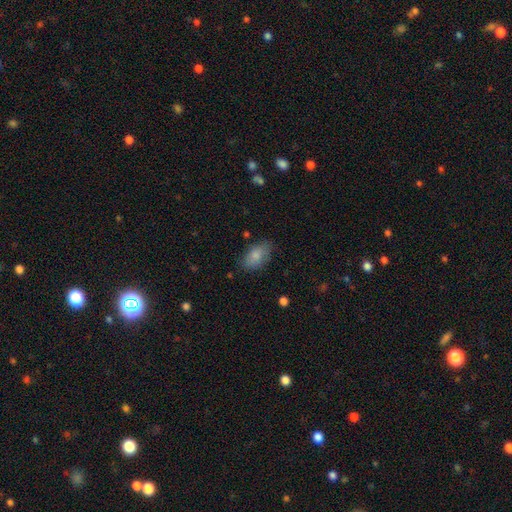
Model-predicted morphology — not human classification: smooth_or_featured: smooth (p=0.83) [alt: featured or disk p=0.10]
how_rounded: in between (p=0.91) [alt: round p=0.07]
merging: none (p=0.73) [alt: minor disturbance p=0.20]